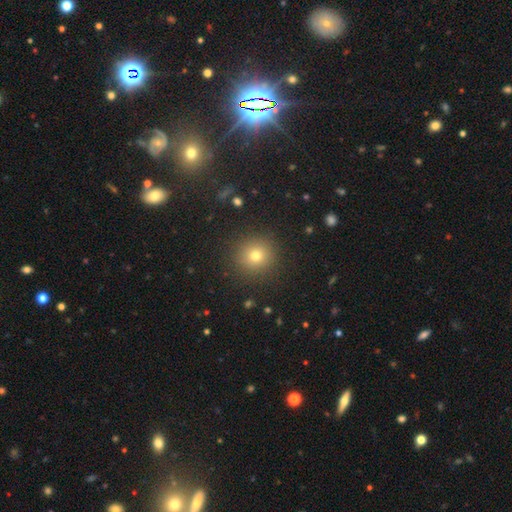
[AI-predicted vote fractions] Q: Smooth or featured?
A: smooth (73%); runner-up: star or artifact (19%)
Q: How rounded?
A: round (94%); runner-up: in between (5%)
Q: Merging?
A: none (91%); runner-up: minor disturbance (5%)